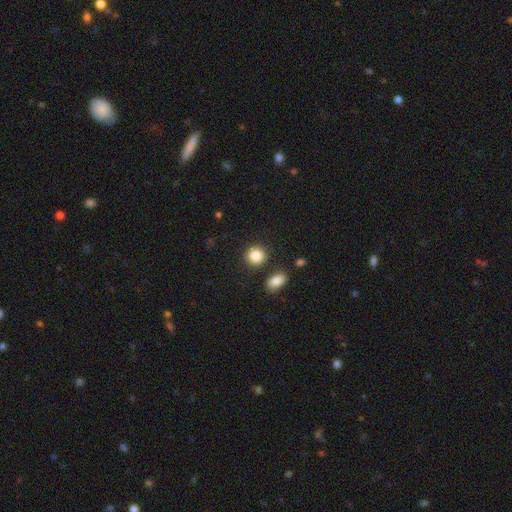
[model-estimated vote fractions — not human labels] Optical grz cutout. It shows a smooth galaxy with no disk features (87%) that is round (85%). Merging: none (84%).